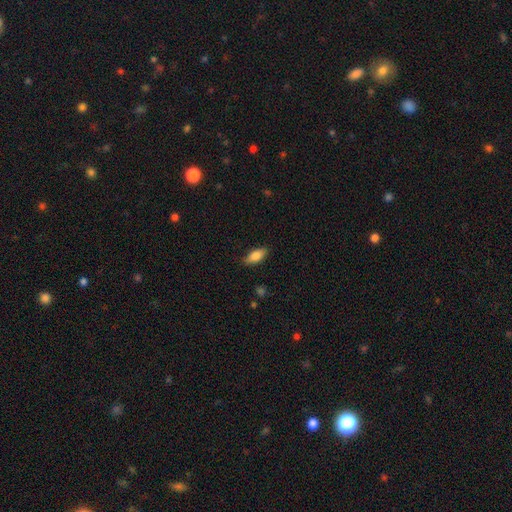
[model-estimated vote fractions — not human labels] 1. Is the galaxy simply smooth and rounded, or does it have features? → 82% smooth, 11% featured or disk, 7% star or artifact.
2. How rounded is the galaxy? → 82% in between, 16% cigar-shaped, 3% round.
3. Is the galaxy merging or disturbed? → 83% none, 13% minor disturbance, 2% major disturbance, 1% merger.